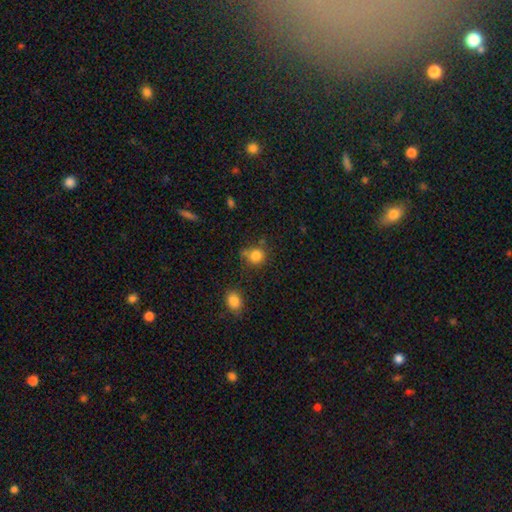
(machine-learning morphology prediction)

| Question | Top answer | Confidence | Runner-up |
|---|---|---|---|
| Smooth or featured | smooth | 83% | star or artifact (11%) |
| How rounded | round | 81% | in between (18%) |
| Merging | none | 67% | minor disturbance (19%) |